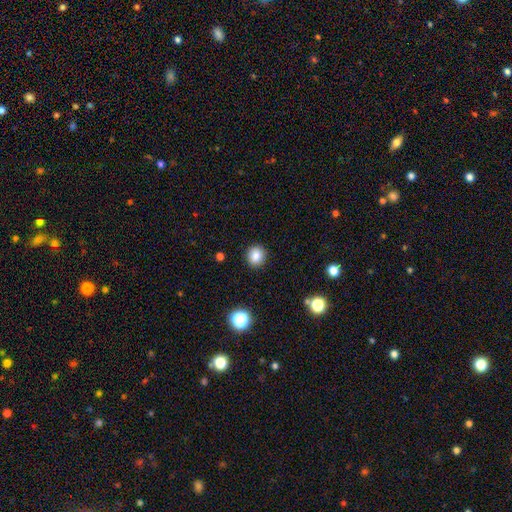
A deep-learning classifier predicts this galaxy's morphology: smooth_or_featured: smooth (p=0.84) [alt: star or artifact p=0.11]
how_rounded: round (p=0.85) [alt: in between p=0.14]
merging: none (p=0.91) [alt: minor disturbance p=0.06]